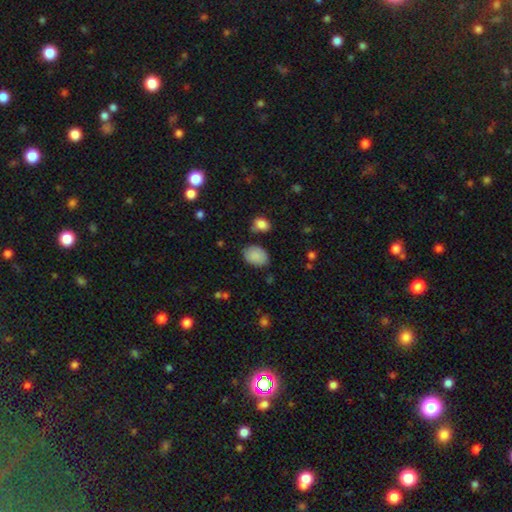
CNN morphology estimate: smooth-or-featured: smooth: 87% | star or artifact: 8% | featured or disk: 5%
  how-rounded: in between: 79% | round: 19% | cigar-shaped: 1%
  merging: none: 75% | minor disturbance: 17% | major disturbance: 4% | merger: 4%